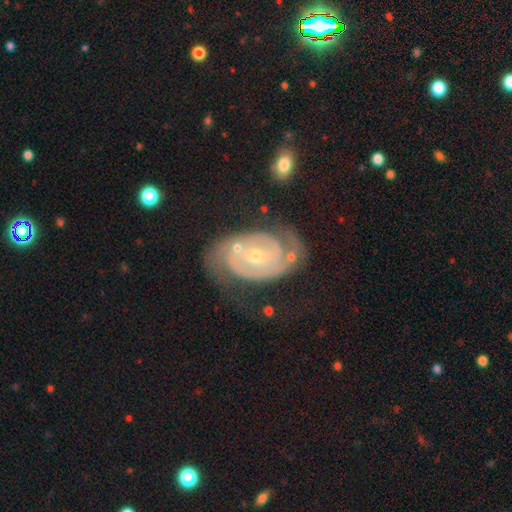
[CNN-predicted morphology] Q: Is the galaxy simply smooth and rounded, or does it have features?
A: featured or disk — 89%.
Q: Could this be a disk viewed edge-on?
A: no — 97%.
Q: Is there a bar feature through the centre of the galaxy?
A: no — 41%, tied with weak.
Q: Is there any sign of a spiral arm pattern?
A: yes — 96%.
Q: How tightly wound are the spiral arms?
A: tight — 56%.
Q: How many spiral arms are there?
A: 2 — 82%.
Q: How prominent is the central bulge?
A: small — 61%.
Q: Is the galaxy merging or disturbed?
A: none — 65%.